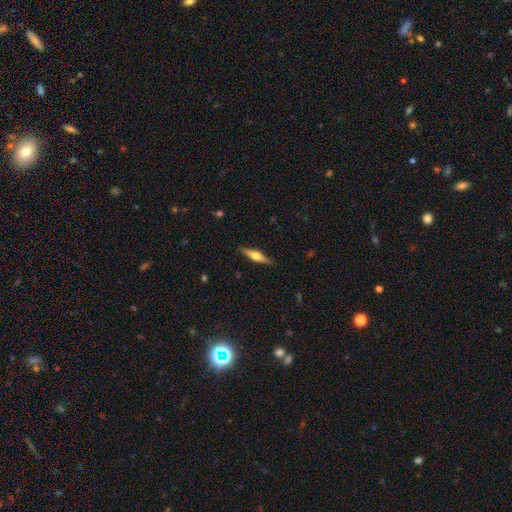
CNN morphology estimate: Overall: featured or disk (61%; smooth 33%). Edge-on disk: yes (96%). Edge-on bulge: rounded (93%). Merging: none (89%).